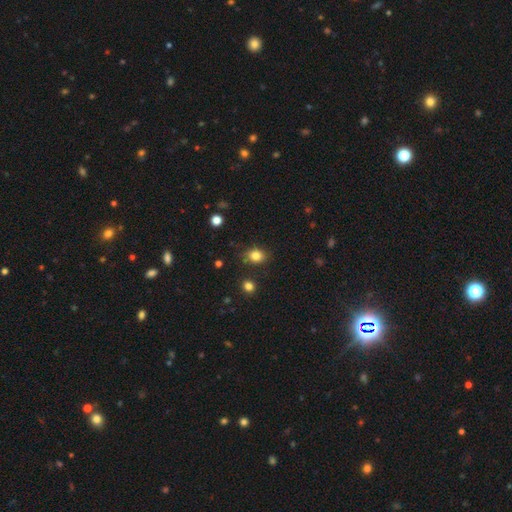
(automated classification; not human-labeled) Smooth or featured? Predicted: smooth (p=0.83). How rounded? Predicted: round (p=0.52). Merging? Predicted: none (p=0.79).